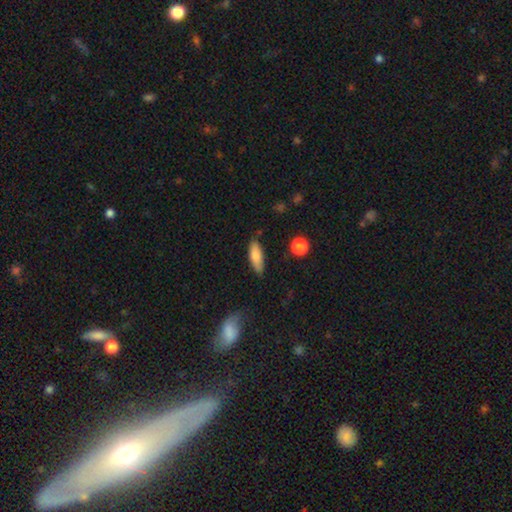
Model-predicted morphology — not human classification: This is clearly a smooth galaxy (82%). How rounded: likely in between (62%). Merging: likely none (78%).